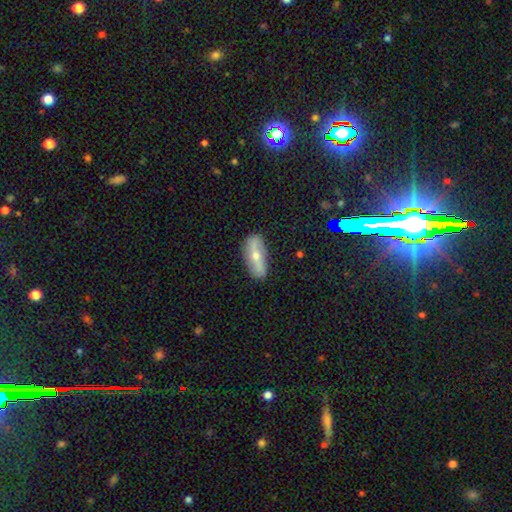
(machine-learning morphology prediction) type=featured or disk (55%); edge-on=no (63%); merging=none (81%).